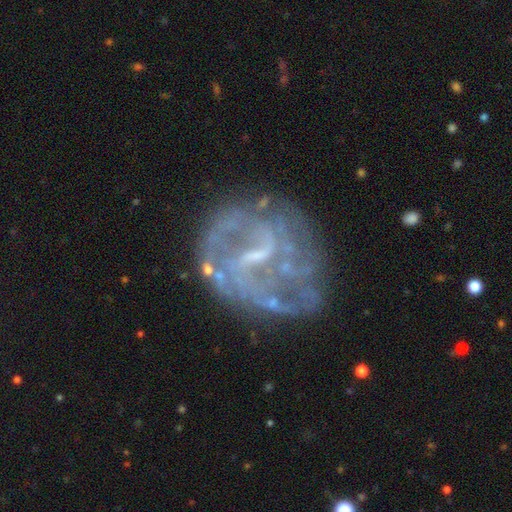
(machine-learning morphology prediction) smooth_or_featured: featured or disk (p=0.79) [alt: smooth p=0.11]
disk_edge_on: no (p=0.98) [alt: yes p=0.02]
bar: weak (p=0.53) [alt: strong p=0.23]
has_spiral_arms: yes (p=0.66) [alt: no p=0.34]
spiral_winding: medium (p=0.38) [alt: tight p=0.36]
spiral_arm_count: can't tell (p=0.43) [alt: 2 p=0.31]
bulge_size: small (p=0.49) [alt: none p=0.30]
merging: none (p=0.63) [alt: minor disturbance p=0.18]